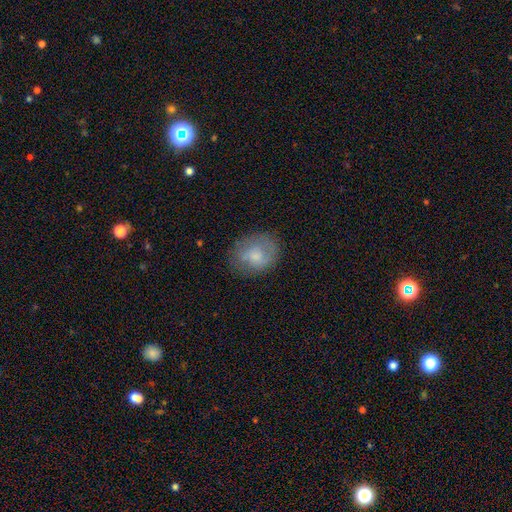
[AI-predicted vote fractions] A smooth galaxy with no disk features (66%) that is round (54%).

Vote fractions:
- Smooth or featured? smooth: 66% / featured or disk: 26% / star or artifact: 8%
- How rounded? round: 54% / in between: 45% / cigar-shaped: 1%
- Merging? none: 68% / minor disturbance: 21% / major disturbance: 9% / merger: 2%